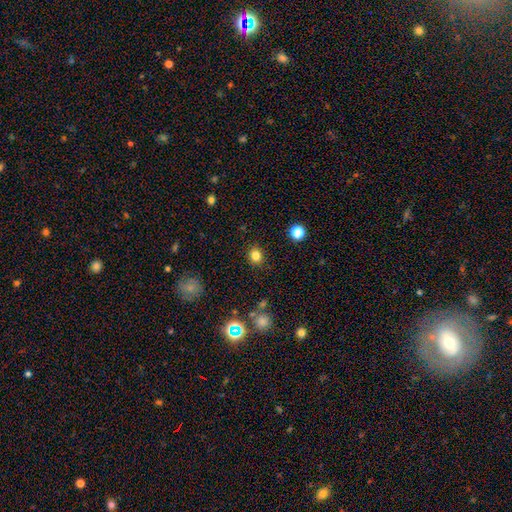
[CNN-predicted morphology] A smooth galaxy with no disk features (81%) that is round (72%).

Vote fractions:
- Smooth or featured? smooth: 81% / star or artifact: 13% / featured or disk: 6%
- How rounded? round: 72% / in between: 27% / cigar-shaped: 1%
- Merging? none: 88% / minor disturbance: 8% / major disturbance: 3% / merger: 2%